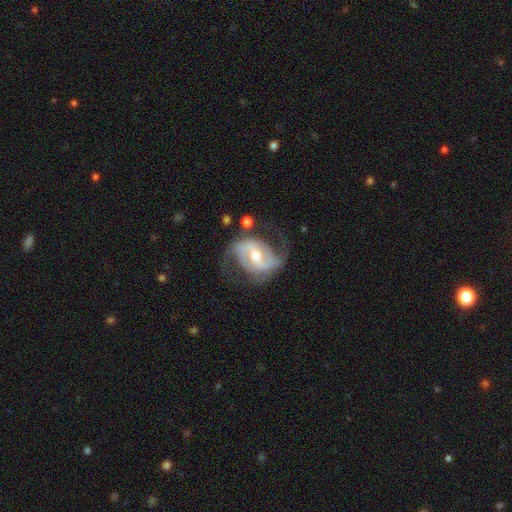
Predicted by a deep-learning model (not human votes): featured or disk 88%, smooth 7%, star or artifact 5%. Down the decision tree: edge-on disk — no (97%); bar — weak (47%); spiral arms — yes (95%); spiral arm count — 2 (87%); spiral winding — medium (47%); bulge size — moderate (62%); merging — none (67%).